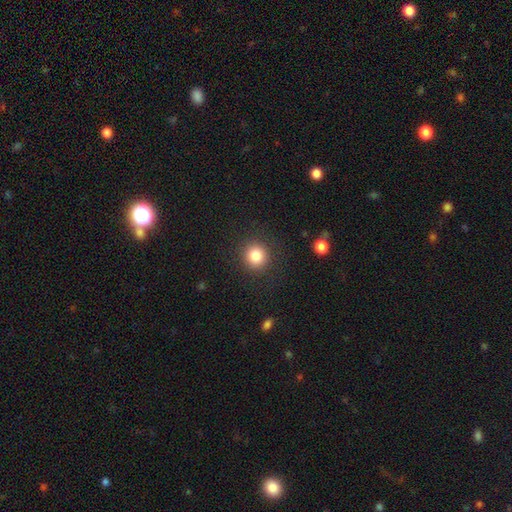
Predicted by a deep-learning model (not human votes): Morphology: type=smooth (83%); roundness=round (92%); merging=none (89%).